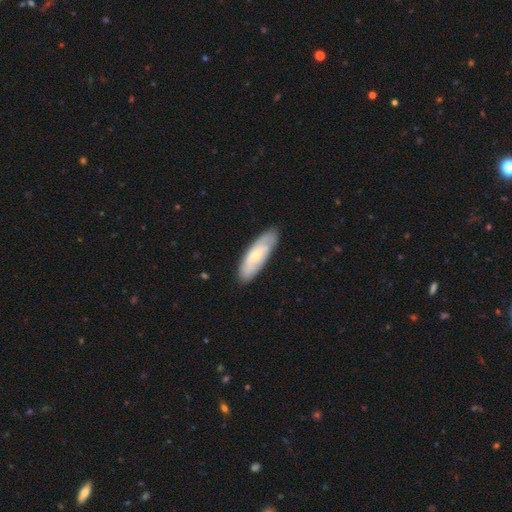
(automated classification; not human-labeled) Q: Smooth or featured?
A: smooth (50%); runner-up: featured or disk (45%)
Q: How rounded?
A: in between (56%); runner-up: cigar-shaped (42%)
Q: Merging?
A: none (82%); runner-up: minor disturbance (14%)